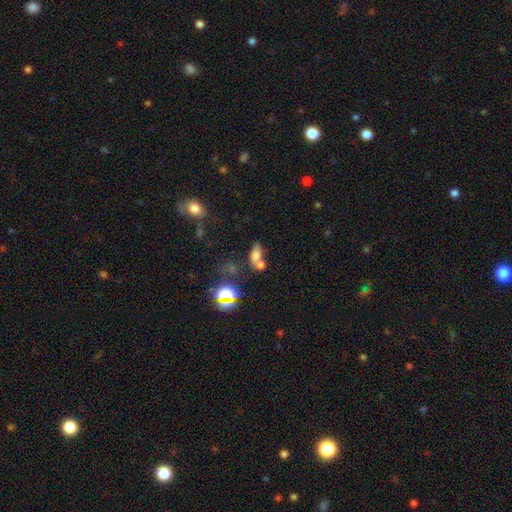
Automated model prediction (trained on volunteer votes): Smooth or featured? smooth (65%)
How rounded? in between (75%)
Merging? merger (49%)